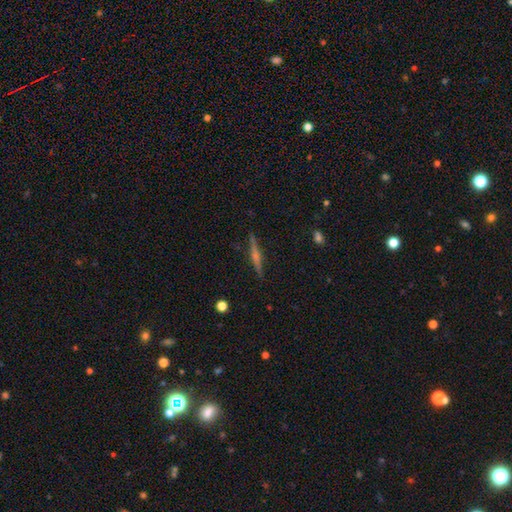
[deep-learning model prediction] featured or disk 62%, smooth 30%, star or artifact 8%. Down the decision tree: edge-on disk — yes (98%); edge-on bulge — rounded (59%); merging — none (90%).